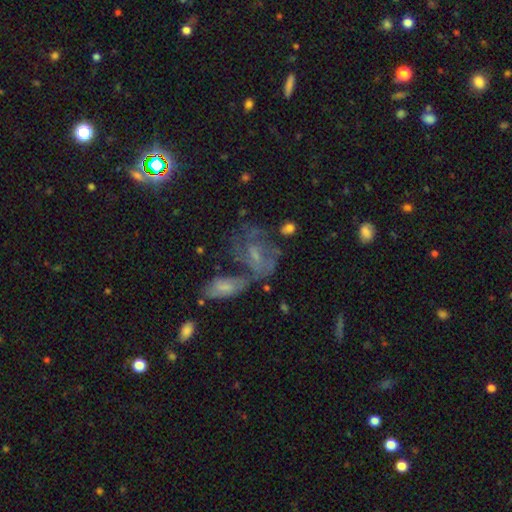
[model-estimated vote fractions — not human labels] Q: Smooth or featured?
A: featured or disk (61%); runner-up: smooth (22%)
Q: Edge-on disk?
A: no (95%); runner-up: yes (5%)
Q: Bar?
A: no (47%); runner-up: weak (42%)
Q: Spiral arms?
A: yes (68%); runner-up: no (32%)
Q: Bulge size?
A: small (51%); runner-up: moderate (27%)
Q: Merging?
A: none (40%); runner-up: merger (24%)